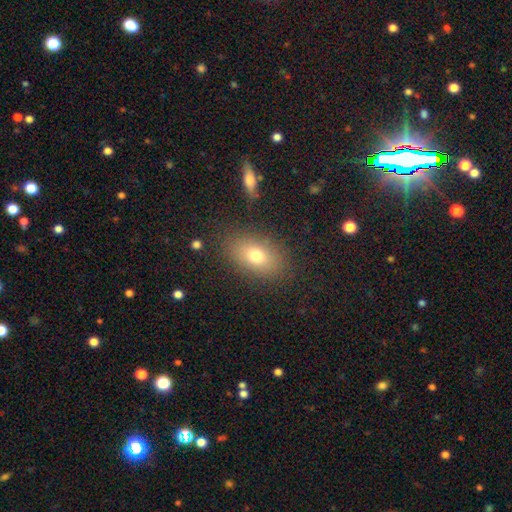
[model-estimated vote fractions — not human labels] smooth 74%, featured or disk 15%, star or artifact 11%. Down the decision tree: how rounded — in between (84%); merging — none (84%).